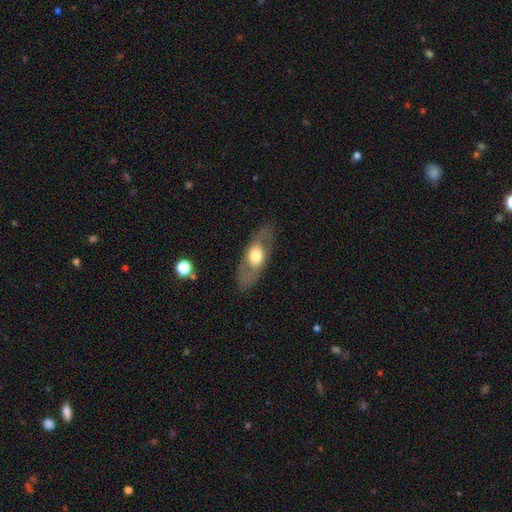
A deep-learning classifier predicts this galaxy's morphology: This is possibly a featured or disk galaxy (55%). It is likely not viewed edge-on (76%). Merging: likely none (80%).